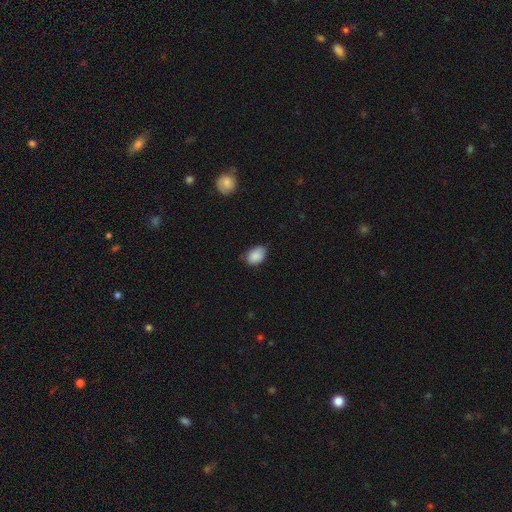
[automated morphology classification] Smooth or featured: smooth — 88% (star or artifact — 7%)
How rounded: in between — 80% (round — 19%)
Merging: none — 65% (minor disturbance — 29%)